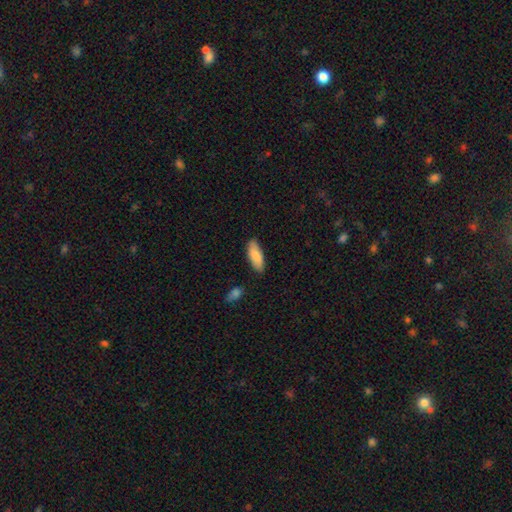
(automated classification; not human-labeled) Overall: smooth (85%). How rounded: in between (72%). Merging: none (84%).